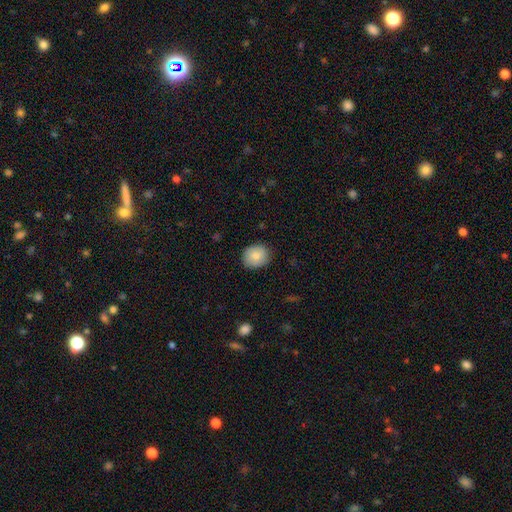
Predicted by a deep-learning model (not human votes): Overall: smooth (86%). How rounded: round (69%; in between 30%). Merging: none (87%).